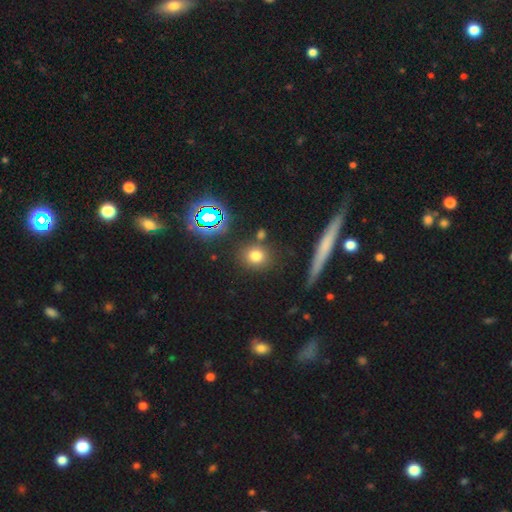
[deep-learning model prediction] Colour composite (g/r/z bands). It shows a smooth galaxy with no disk features (73%) that is round (79%). Merging: none (82%).